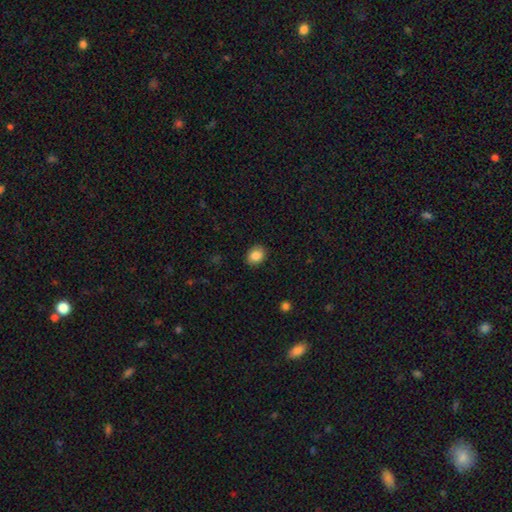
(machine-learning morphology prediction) The model was most divided on "how rounded": in between: 54%, round: 45%, cigar-shaped: 1%. More confident: merging — none (89%); smooth or featured — smooth (86%).